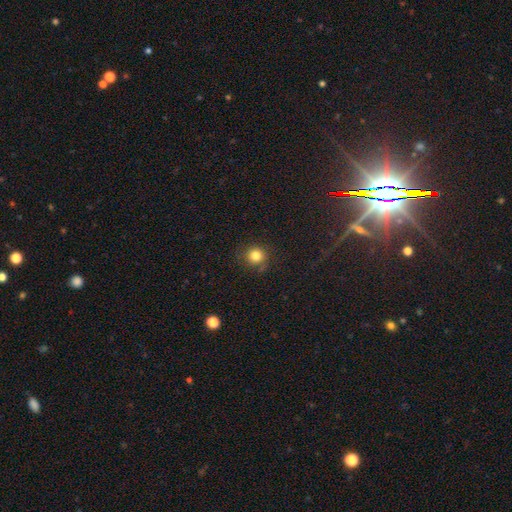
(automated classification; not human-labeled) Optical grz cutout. It shows a smooth galaxy with no disk features (82%) that is round (91%). Merging: none (81%).